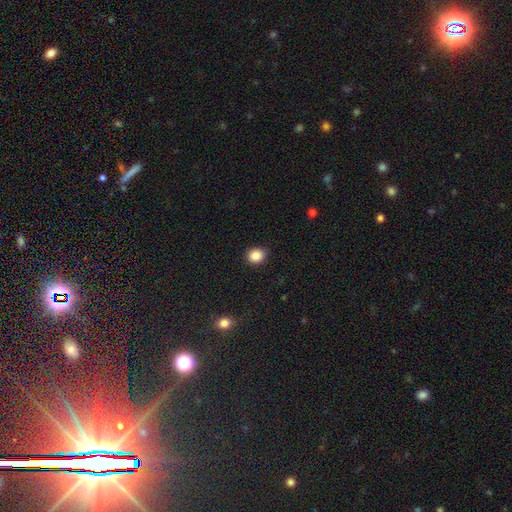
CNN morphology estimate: A smooth galaxy with no disk features (88%) that is round (69%). Merging: none (89%).